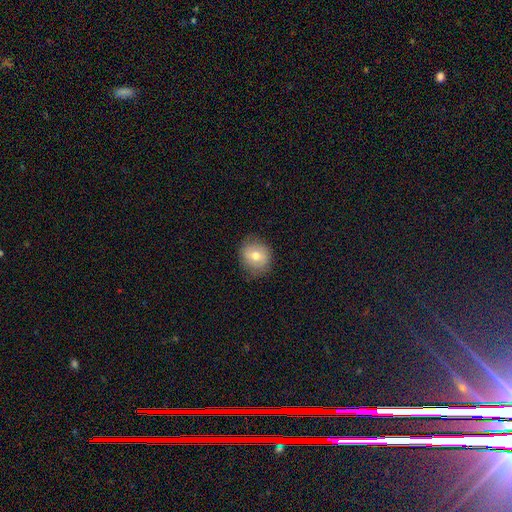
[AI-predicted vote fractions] This is likely a smooth galaxy (66%). How rounded: likely round (78%). Merging: likely none (80%).